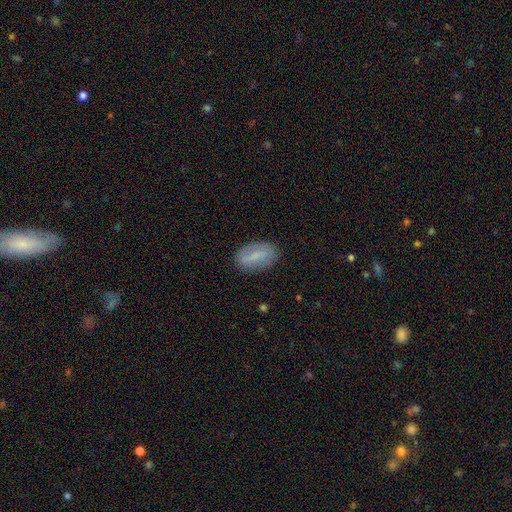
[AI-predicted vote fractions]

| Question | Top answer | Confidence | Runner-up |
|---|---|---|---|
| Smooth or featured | smooth | 63% | featured or disk (29%) |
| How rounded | in between | 89% | cigar-shaped (6%) |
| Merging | none | 83% | minor disturbance (13%) |